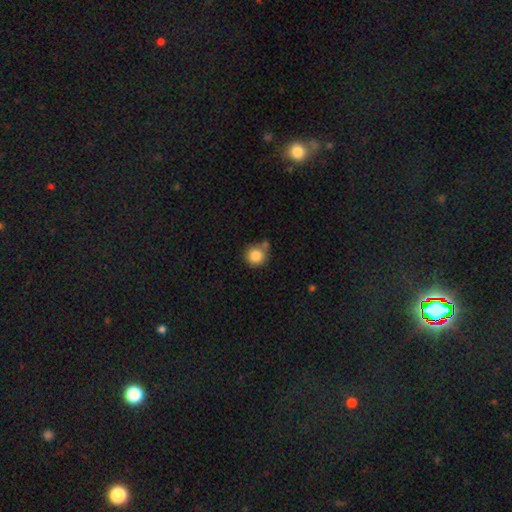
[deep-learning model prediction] smooth 85%, star or artifact 10%, featured or disk 6%. Down the decision tree: how rounded — round (93%); merging — none (66%).